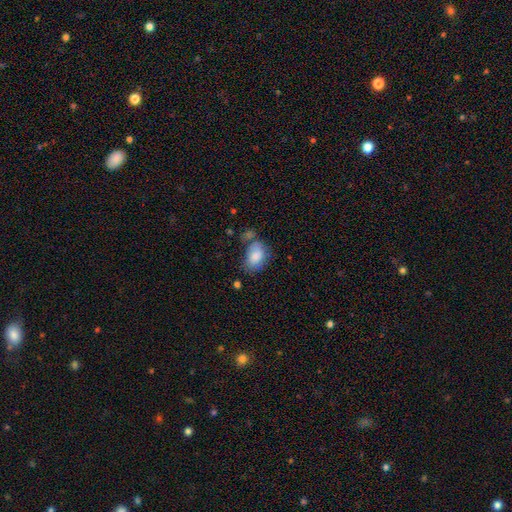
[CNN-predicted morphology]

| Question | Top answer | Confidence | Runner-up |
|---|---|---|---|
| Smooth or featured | smooth | 84% | featured or disk (9%) |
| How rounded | in between | 88% | round (11%) |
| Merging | none | 51% | minor disturbance (26%) |